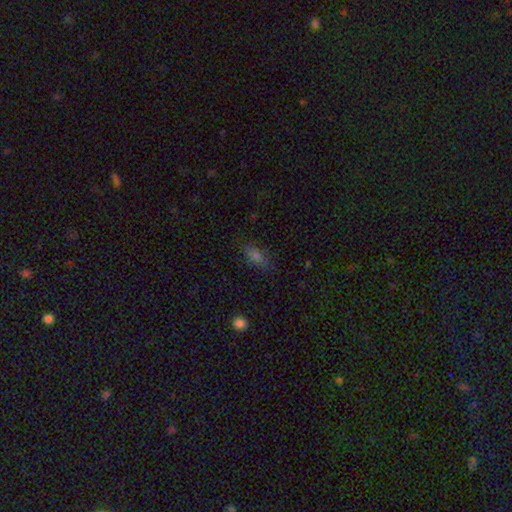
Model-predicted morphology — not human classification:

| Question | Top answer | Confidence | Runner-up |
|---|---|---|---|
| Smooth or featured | smooth | 68% | star or artifact (17%) |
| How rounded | in between | 74% | cigar-shaped (19%) |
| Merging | none | 81% | minor disturbance (14%) |